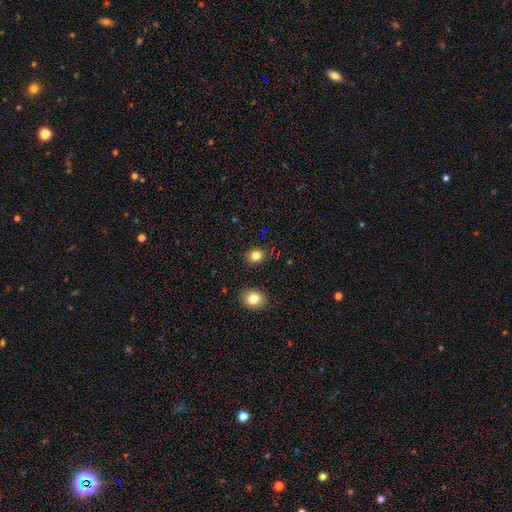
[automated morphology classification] smooth_or_featured: smooth (p=0.80) [alt: star or artifact p=0.13]
how_rounded: round (p=0.64) [alt: in between p=0.35]
merging: none (p=0.88) [alt: minor disturbance p=0.07]